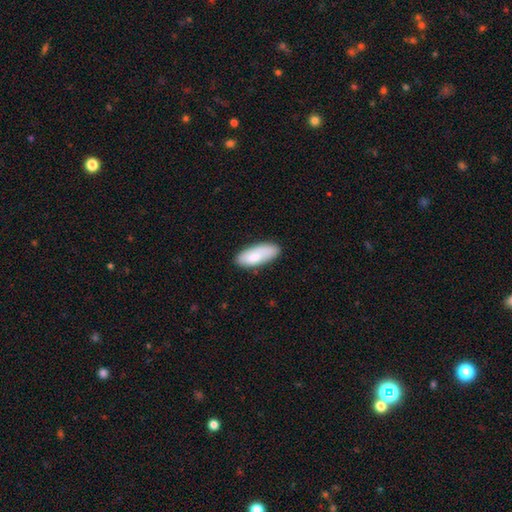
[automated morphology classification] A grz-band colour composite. It shows a smooth galaxy with no disk features (80%) that is in between round and cigar-shaped (80%). Merging: none (77%).